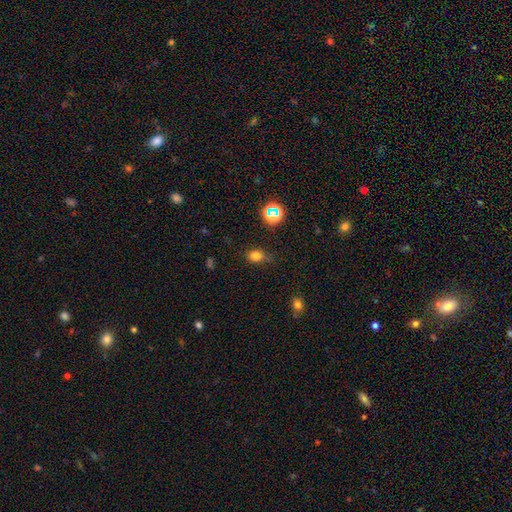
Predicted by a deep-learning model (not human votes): A smooth galaxy with no disk features (76%) that is in between round and cigar-shaped (54%). Merging: none (66%).